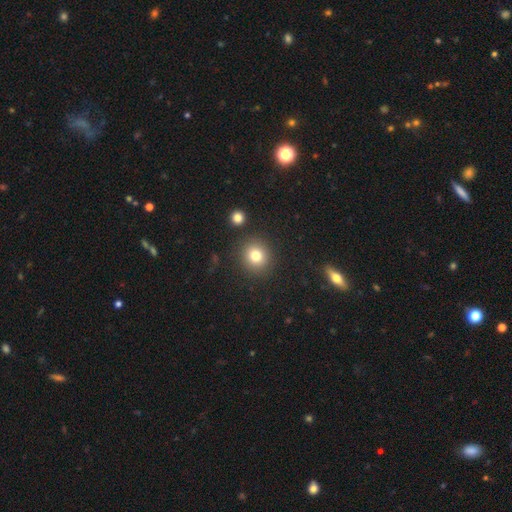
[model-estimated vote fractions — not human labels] smooth_or_featured: smooth (p=0.79) [alt: star or artifact p=0.13]
how_rounded: round (p=0.89) [alt: in between p=0.10]
merging: none (p=0.88) [alt: minor disturbance p=0.07]